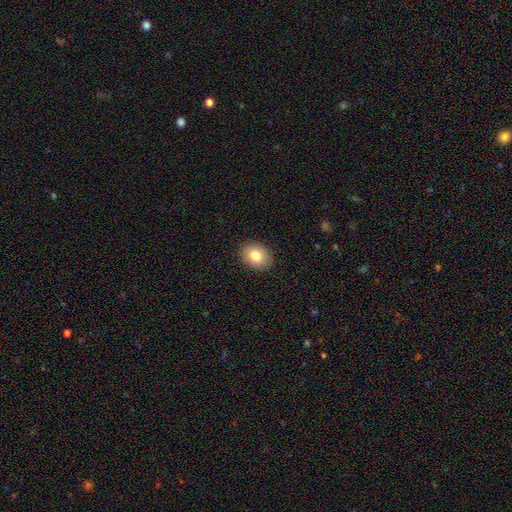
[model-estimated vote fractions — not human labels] Overall: smooth (81%). How rounded: in between (57%; round 42%). Merging: none (90%).